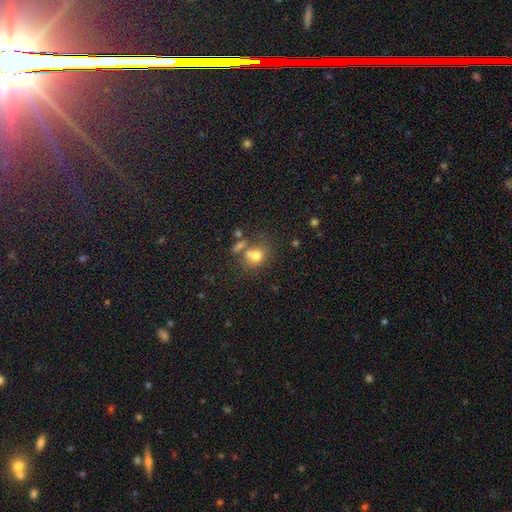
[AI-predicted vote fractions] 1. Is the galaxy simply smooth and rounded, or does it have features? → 73% smooth, 14% star or artifact, 13% featured or disk.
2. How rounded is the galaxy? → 70% round, 29% in between, 1% cigar-shaped.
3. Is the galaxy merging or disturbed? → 52% none, 28% merger, 14% minor disturbance, 7% major disturbance.